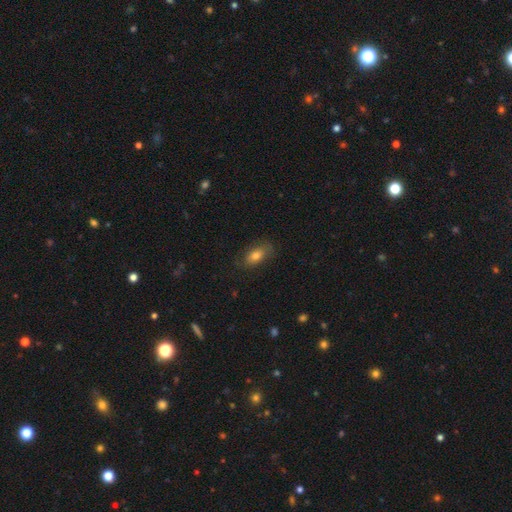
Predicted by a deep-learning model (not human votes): smooth 76%, featured or disk 16%, star or artifact 9%. Down the decision tree: how rounded — in between (86%); merging — none (76%).